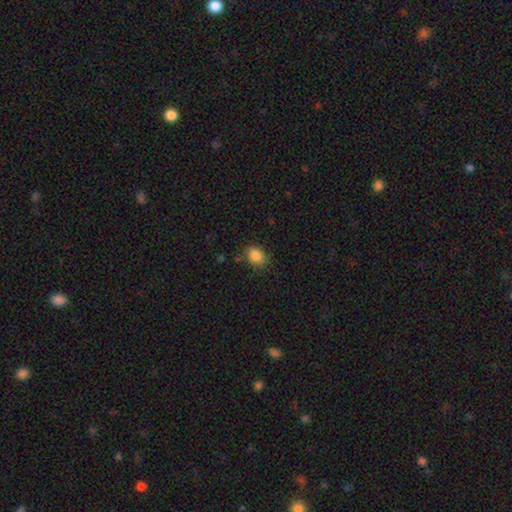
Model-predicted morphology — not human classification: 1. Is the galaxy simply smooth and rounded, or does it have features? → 86% smooth, 10% star or artifact, 4% featured or disk.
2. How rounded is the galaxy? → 53% in between, 46% round, 1% cigar-shaped.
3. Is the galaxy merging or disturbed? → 79% none, 15% minor disturbance, 4% major disturbance, 2% merger.